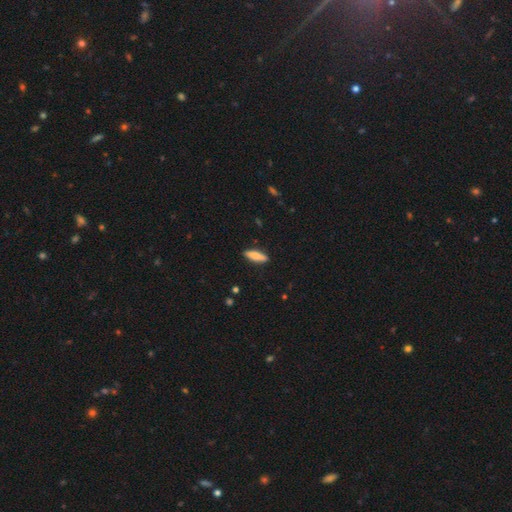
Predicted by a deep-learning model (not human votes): This is likely a smooth galaxy (71%). How rounded: possibly cigar-shaped (59%). Merging: clearly none (89%).